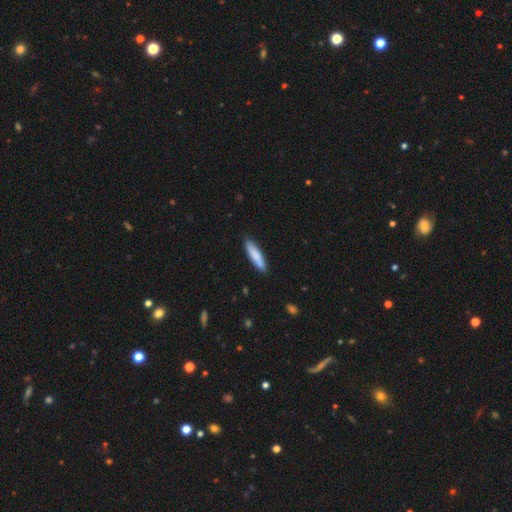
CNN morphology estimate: Q: Smooth or featured?
A: smooth (80%); runner-up: featured or disk (14%)
Q: How rounded?
A: cigar-shaped (78%); runner-up: in between (21%)
Q: Merging?
A: none (85%); runner-up: minor disturbance (12%)